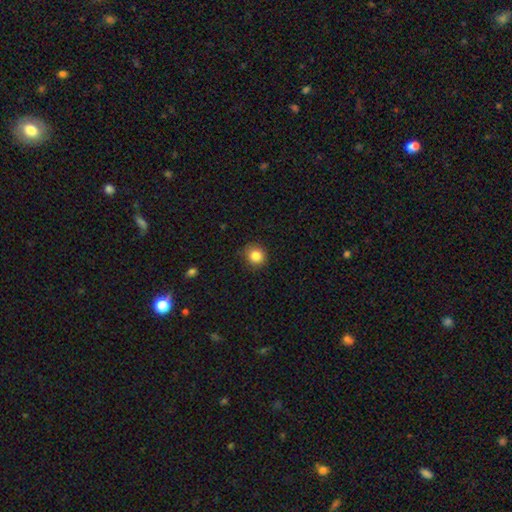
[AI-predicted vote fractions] smooth-or-featured: smooth: 85% | star or artifact: 10% | featured or disk: 5%
  how-rounded: round: 88% | in between: 11% | cigar-shaped: 1%
  merging: none: 83% | minor disturbance: 13% | major disturbance: 3% | merger: 1%